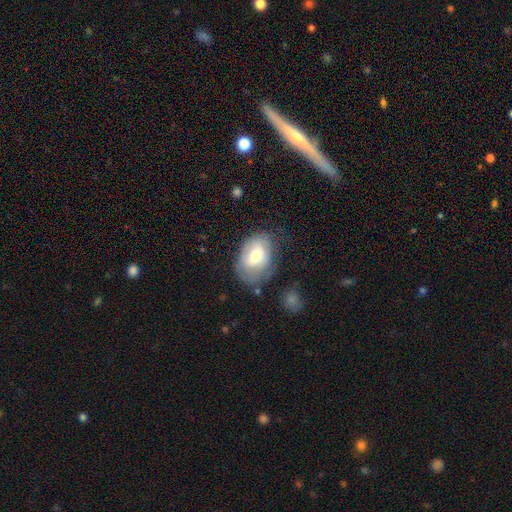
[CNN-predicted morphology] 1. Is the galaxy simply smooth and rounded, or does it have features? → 62% smooth, 30% featured or disk, 8% star or artifact.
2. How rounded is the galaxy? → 74% in between, 25% round, 1% cigar-shaped.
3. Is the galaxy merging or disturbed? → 54% none, 29% minor disturbance, 14% major disturbance, 4% merger.